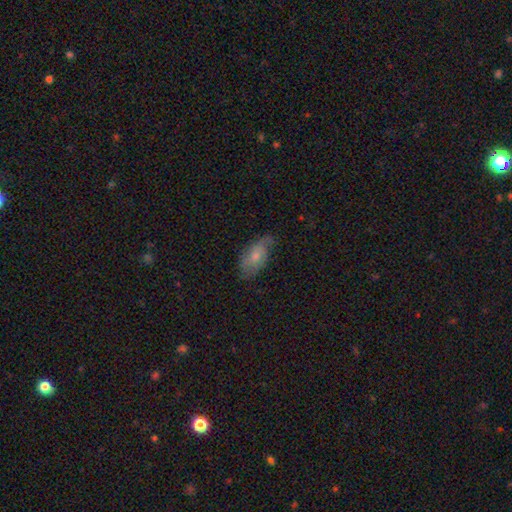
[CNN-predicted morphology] A smooth galaxy with no disk features (54%) that is in between round and cigar-shaped (90%).

Vote fractions:
- Smooth or featured? smooth: 54% / featured or disk: 38% / star or artifact: 7%
- How rounded? in between: 90% / cigar-shaped: 6% / round: 4%
- Merging? none: 60% / minor disturbance: 29% / major disturbance: 9% / merger: 1%